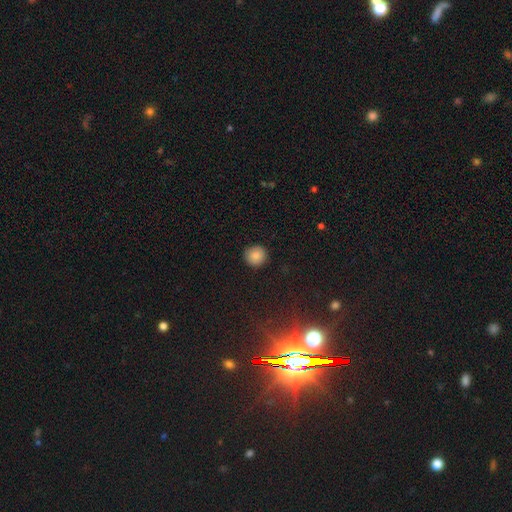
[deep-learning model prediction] A smooth galaxy with no disk features (85%) that is round (93%). Merging: none (90%).